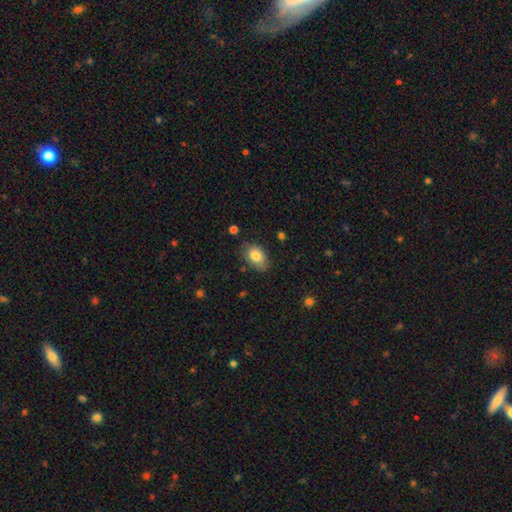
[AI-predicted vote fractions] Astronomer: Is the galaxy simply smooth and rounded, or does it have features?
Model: smooth — 82%.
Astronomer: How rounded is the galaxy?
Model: in between — 87%.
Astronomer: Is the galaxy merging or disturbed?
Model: none — 74%.